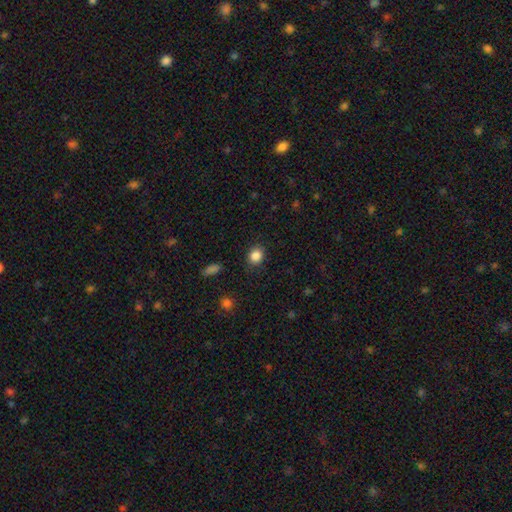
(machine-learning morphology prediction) Q: Smooth or featured?
A: smooth (86%); runner-up: star or artifact (10%)
Q: How rounded?
A: round (68%); runner-up: in between (31%)
Q: Merging?
A: none (86%); runner-up: minor disturbance (9%)